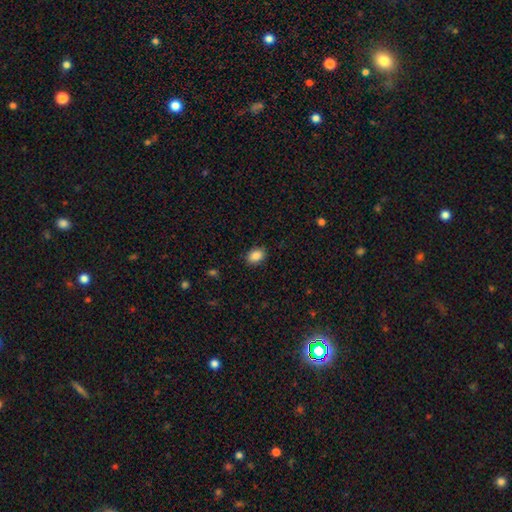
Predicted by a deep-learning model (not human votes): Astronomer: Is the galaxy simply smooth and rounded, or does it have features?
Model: smooth — 88%.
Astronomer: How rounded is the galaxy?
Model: in between — 74%.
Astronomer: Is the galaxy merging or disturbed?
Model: none — 87%.